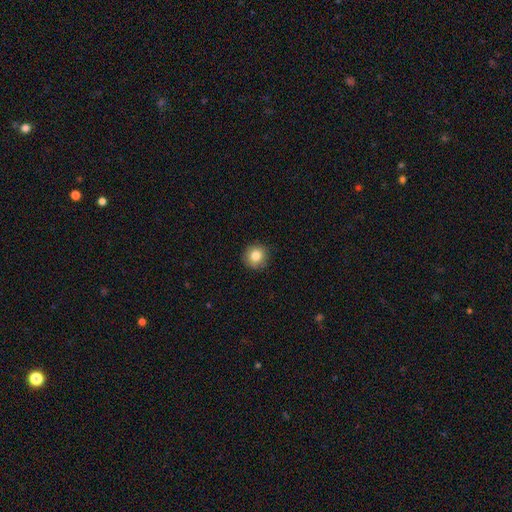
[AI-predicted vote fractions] smooth 83%, star or artifact 10%, featured or disk 7%. Down the decision tree: how rounded — round (93%); merging — none (88%).